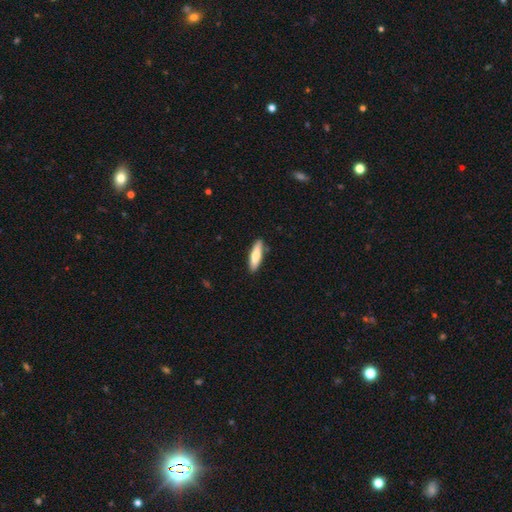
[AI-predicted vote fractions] Overall: smooth (77%). How rounded: cigar-shaped (68%; in between 31%). Merging: none (85%).